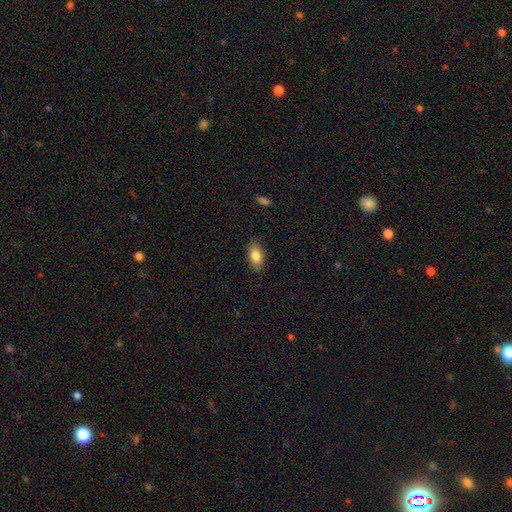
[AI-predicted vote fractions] smooth 84%, featured or disk 9%, star or artifact 7%. Down the decision tree: how rounded — in between (90%); merging — none (86%).